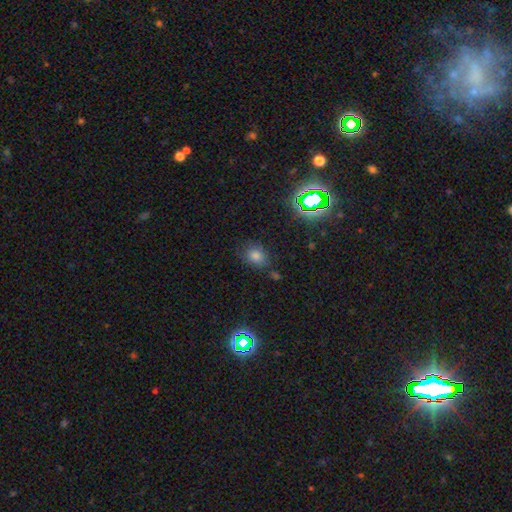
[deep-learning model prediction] Overall: smooth (68%). How rounded: round (52%; in between 47%). Merging: none (78%).